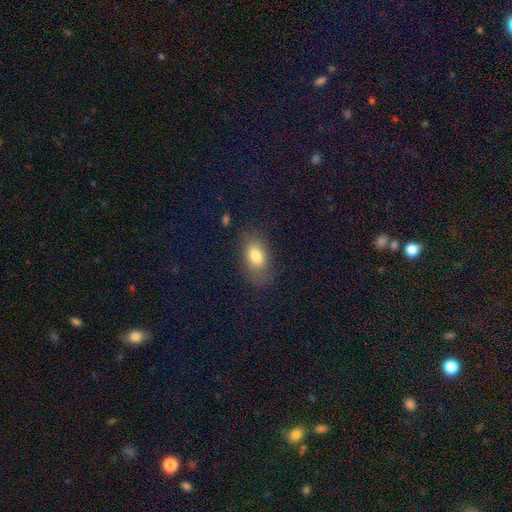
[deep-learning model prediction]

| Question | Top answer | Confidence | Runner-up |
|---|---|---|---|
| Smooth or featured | smooth | 79% | featured or disk (12%) |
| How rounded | in between | 89% | round (7%) |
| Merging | none | 75% | minor disturbance (16%) |